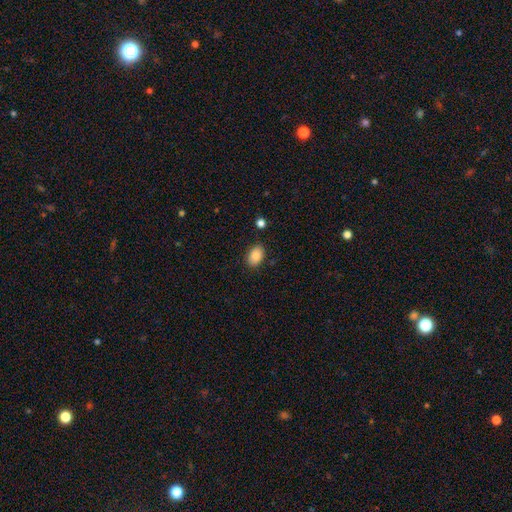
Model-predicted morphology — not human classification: Smooth or featured? smooth (88%)
How rounded? in between (84%)
Merging? none (84%)